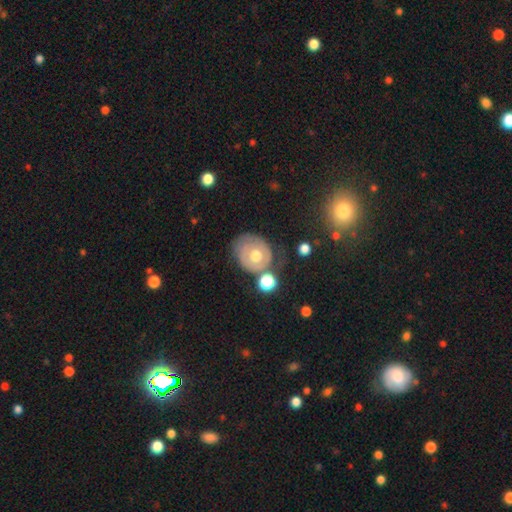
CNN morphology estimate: featured or disk 54%, smooth 39%, star or artifact 7%. Down the decision tree: edge-on disk — no (96%); bar — no (86%); spiral arms — no (53%); bulge size — moderate (75%); merging — none (52%).